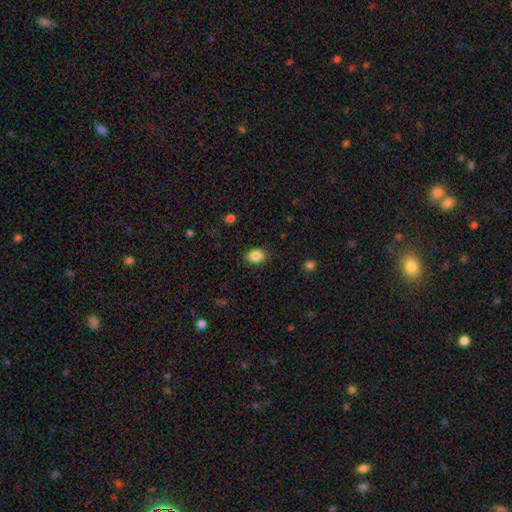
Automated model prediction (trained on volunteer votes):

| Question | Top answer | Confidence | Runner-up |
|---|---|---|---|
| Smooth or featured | smooth | 87% | star or artifact (9%) |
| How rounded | in between | 70% | round (29%) |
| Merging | none | 87% | minor disturbance (10%) |